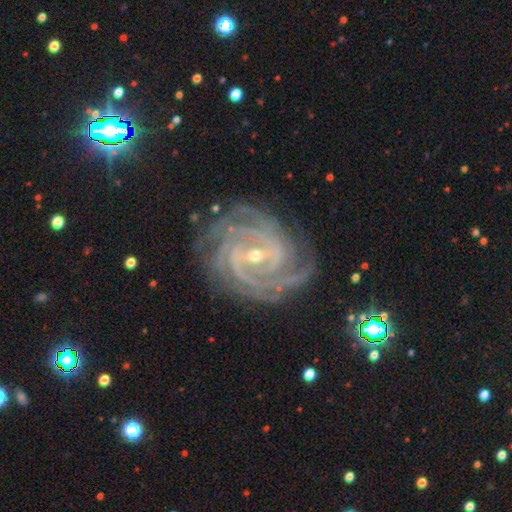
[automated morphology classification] This appears to be a featured or disk galaxy (93%) with a strong bar (43%), 4 (32%) tight (77%) spiral arms (99%) and a small central bulge (64%). Merging: none (79%).